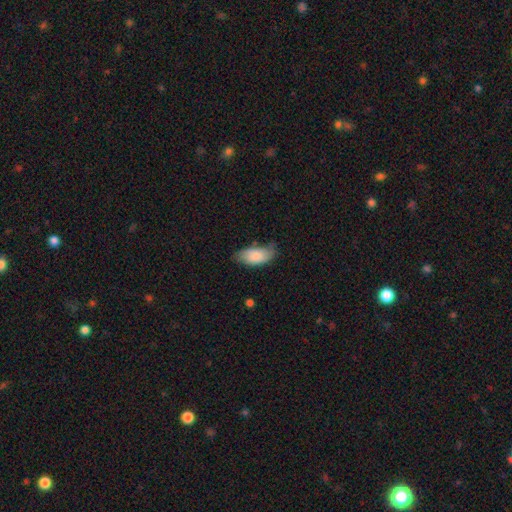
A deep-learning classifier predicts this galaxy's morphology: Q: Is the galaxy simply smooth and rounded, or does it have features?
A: smooth — 83%.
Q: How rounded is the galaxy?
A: in between — 92%.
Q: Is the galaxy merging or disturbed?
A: none — 53%.